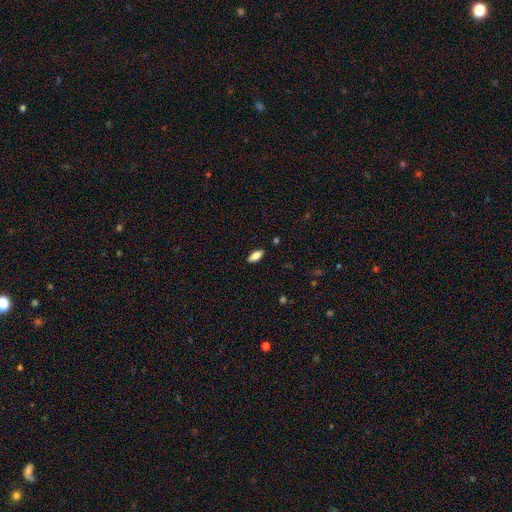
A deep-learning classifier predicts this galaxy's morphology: smooth-or-featured: smooth: 83% | featured or disk: 10% | star or artifact: 7%
  how-rounded: in between: 84% | cigar-shaped: 14% | round: 2%
  merging: none: 88% | minor disturbance: 9% | major disturbance: 2% | merger: 1%